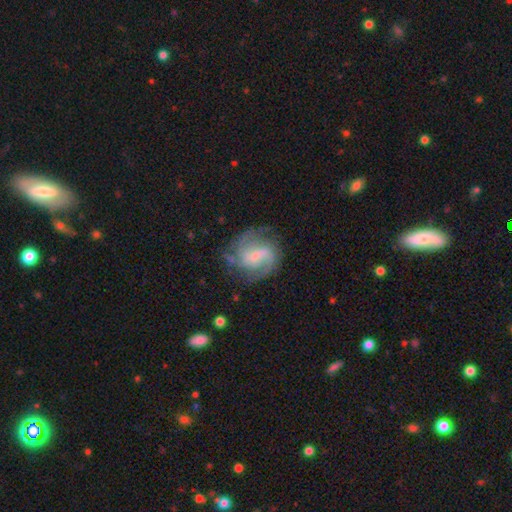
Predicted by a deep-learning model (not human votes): Morphology: type=featured or disk (82%); edge-on=no (98%); bar=weak (55%); spiral arms=yes (94%); winding=medium (47%); arm count=2 (45%); bulge=small (48%); merging=none (67%).